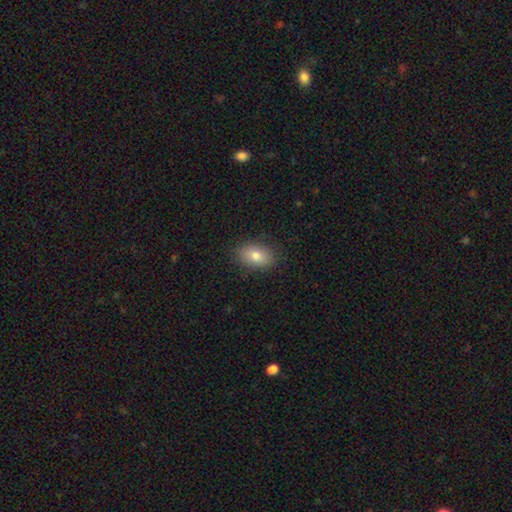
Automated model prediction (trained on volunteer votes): A smooth galaxy with no disk features (80%) that is in between round and cigar-shaped (85%). Merging: none (87%).